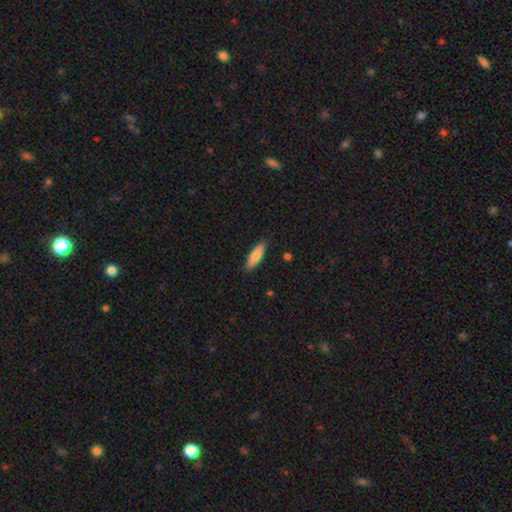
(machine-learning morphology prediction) This appears to be a smooth galaxy with no disk features (80%) that is cigar-shaped (57%). Merging: none (86%).